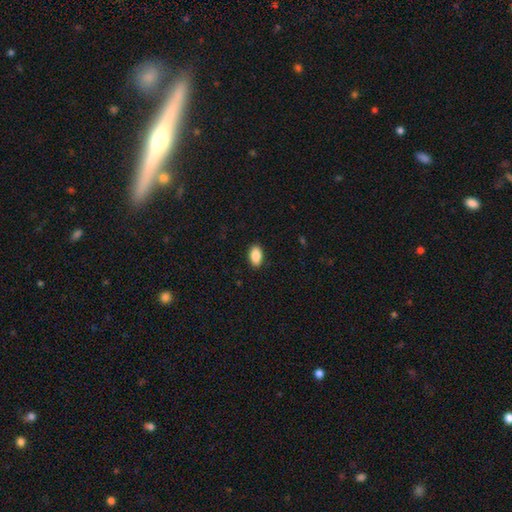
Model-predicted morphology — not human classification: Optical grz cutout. It shows a smooth galaxy with no disk features (88%) that is in between round and cigar-shaped (93%). Merging: none (90%).